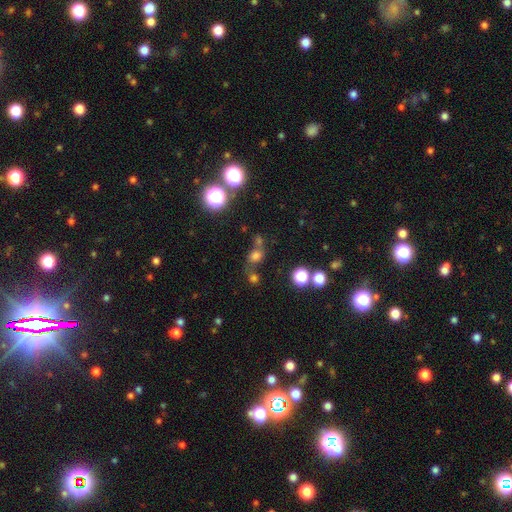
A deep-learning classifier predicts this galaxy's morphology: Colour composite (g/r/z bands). It shows a smooth galaxy with no disk features (64%) that is round (55%). Merging: none (50%).